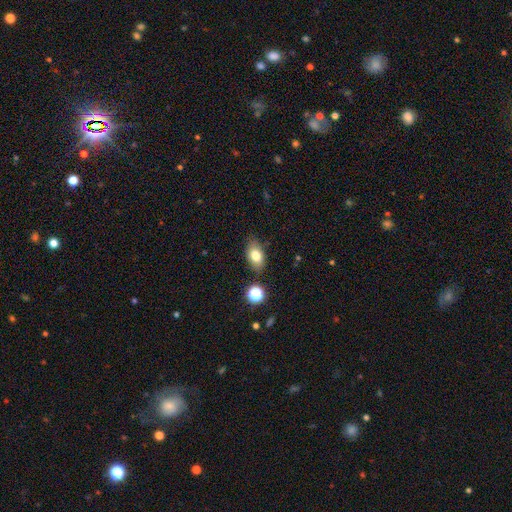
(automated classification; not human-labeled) A smooth galaxy with no disk features (78%) that is in between round and cigar-shaped (84%). Merging: none (80%).